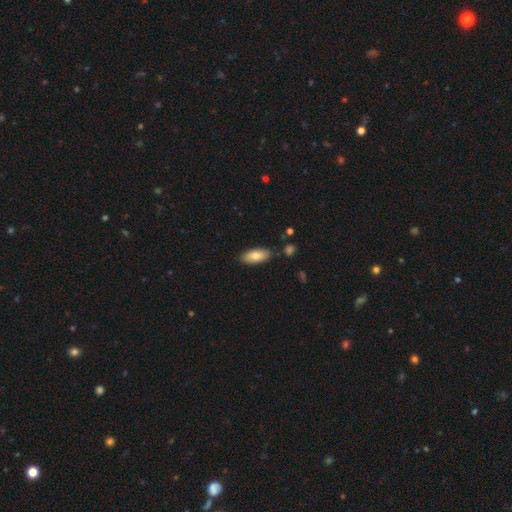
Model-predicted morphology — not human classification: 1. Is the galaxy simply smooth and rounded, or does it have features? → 79% smooth, 15% featured or disk, 6% star or artifact.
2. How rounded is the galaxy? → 85% in between, 13% cigar-shaped, 2% round.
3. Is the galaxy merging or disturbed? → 84% none, 11% minor disturbance, 3% merger, 2% major disturbance.